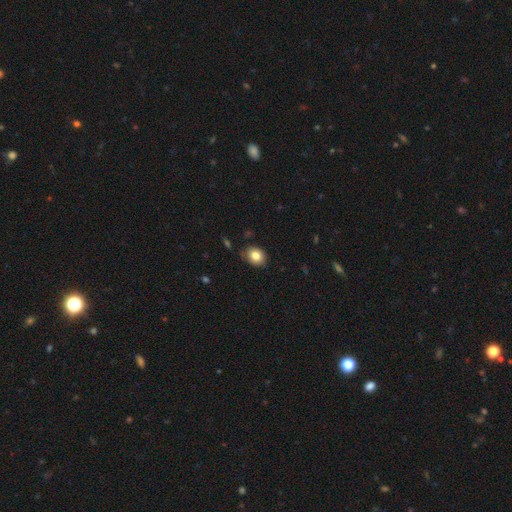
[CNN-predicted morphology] This appears to be a smooth galaxy with no disk features (82%) that is in between round and cigar-shaped (54%). Merging: none (78%).